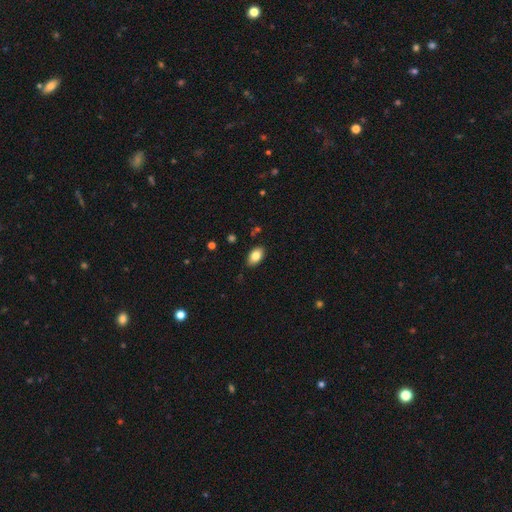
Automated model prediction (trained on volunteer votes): smooth-or-featured: smooth: 82% | featured or disk: 10% | star or artifact: 8%
  how-rounded: in between: 91% | round: 7% | cigar-shaped: 2%
  merging: none: 85% | minor disturbance: 12% | major disturbance: 2% | merger: 1%